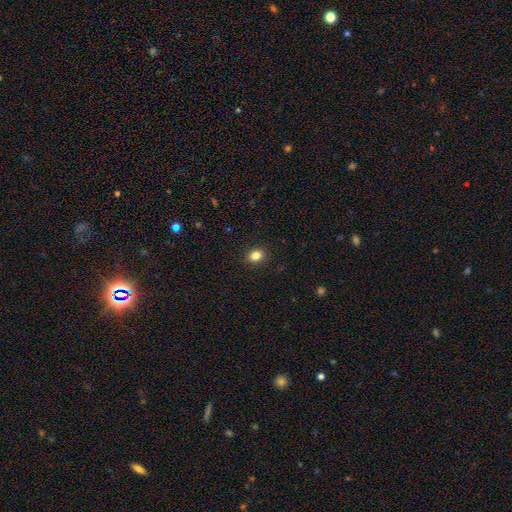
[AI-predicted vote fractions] smooth 84%, star or artifact 11%, featured or disk 5%. Down the decision tree: how rounded — in between (64%); merging — none (90%).